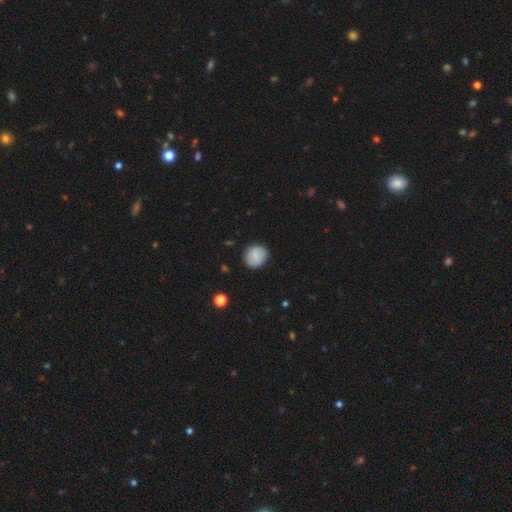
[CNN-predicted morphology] Smooth or featured?
  - smooth: 76% *
  - featured or disk: 17%
  - star or artifact: 7%
How rounded?
  - round: 80% *
  - in between: 19%
  - cigar-shaped: 1%
Merging?
  - none: 85% *
  - minor disturbance: 11%
  - major disturbance: 2%
  - merger: 1%